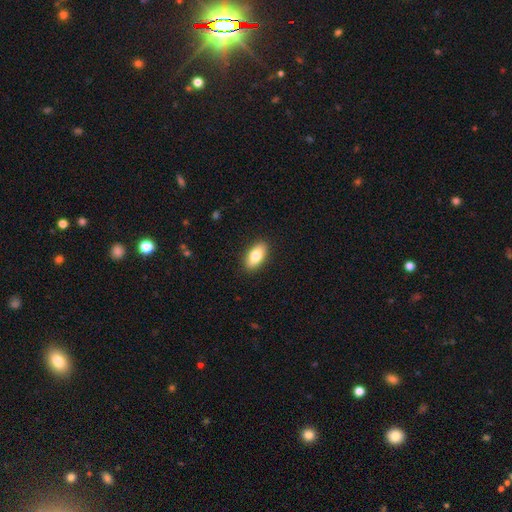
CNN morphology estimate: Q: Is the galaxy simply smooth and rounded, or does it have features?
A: smooth — 79%.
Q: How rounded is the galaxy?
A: in between — 89%.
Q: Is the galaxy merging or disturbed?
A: none — 90%.